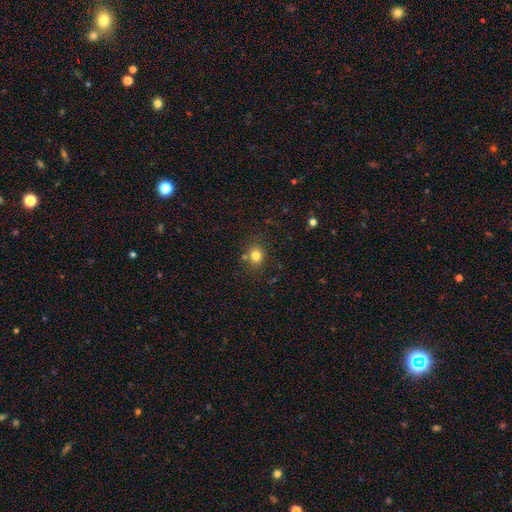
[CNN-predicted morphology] This appears to be a smooth galaxy with no disk features (80%) that is round (73%). Merging: none (76%).